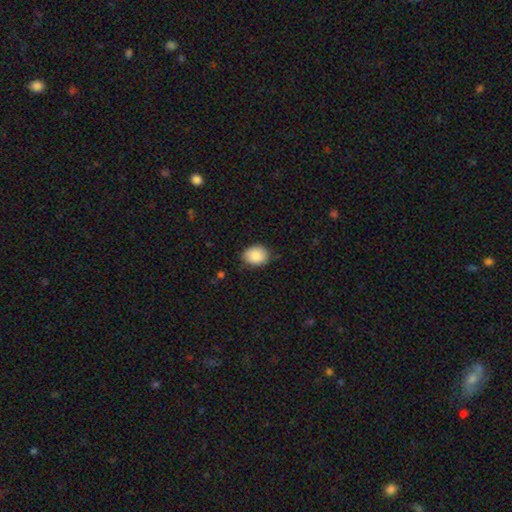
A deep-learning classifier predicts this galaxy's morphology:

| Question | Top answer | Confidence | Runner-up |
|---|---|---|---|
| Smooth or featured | smooth | 89% | star or artifact (7%) |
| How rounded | in between | 57% | round (42%) |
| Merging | none | 82% | minor disturbance (15%) |